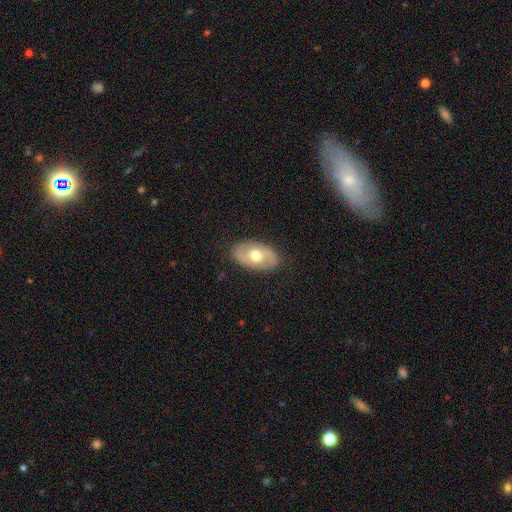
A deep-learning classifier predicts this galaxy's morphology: type=featured or disk (49%); merging=none (85%).